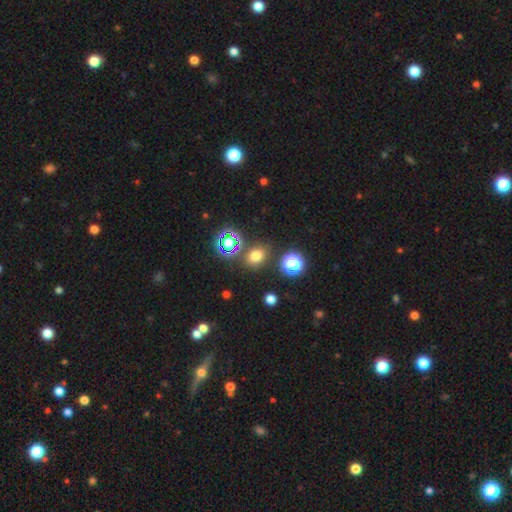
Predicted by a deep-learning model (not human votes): This is likely a smooth galaxy (66%). How rounded: possibly round (54%). Merging: likely none (80%).